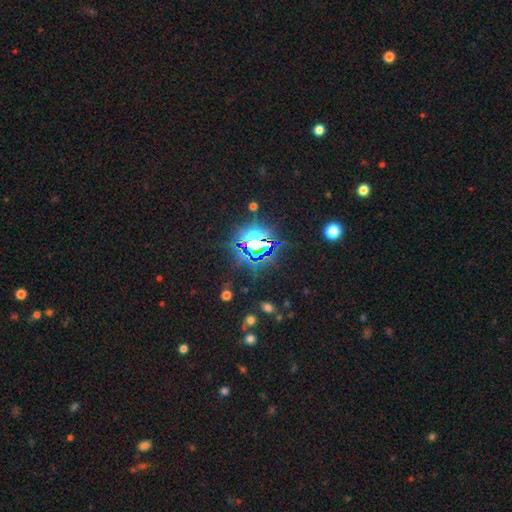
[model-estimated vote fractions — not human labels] Q: Smooth or featured?
A: star or artifact (76%); runner-up: smooth (15%)